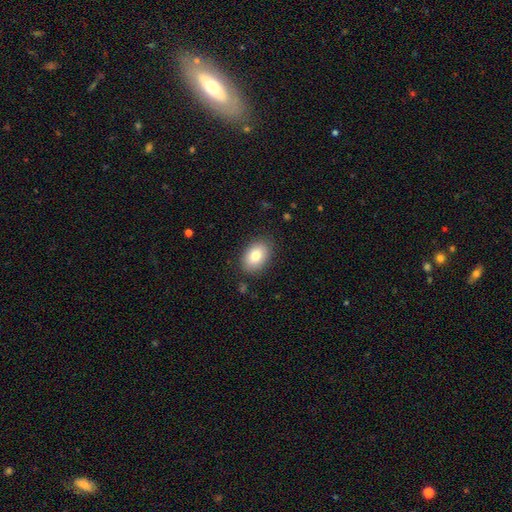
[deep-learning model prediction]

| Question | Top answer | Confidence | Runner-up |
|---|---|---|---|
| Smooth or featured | smooth | 81% | featured or disk (11%) |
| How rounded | in between | 86% | round (13%) |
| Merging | none | 85% | minor disturbance (11%) |